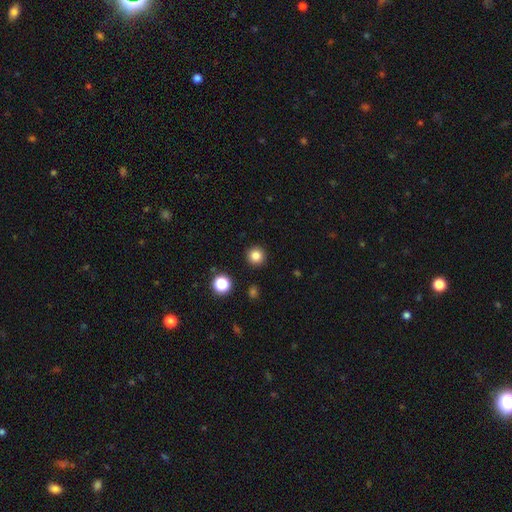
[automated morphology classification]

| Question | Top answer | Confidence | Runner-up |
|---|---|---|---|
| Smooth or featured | smooth | 84% | star or artifact (12%) |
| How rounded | round | 95% | in between (4%) |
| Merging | none | 92% | minor disturbance (4%) |